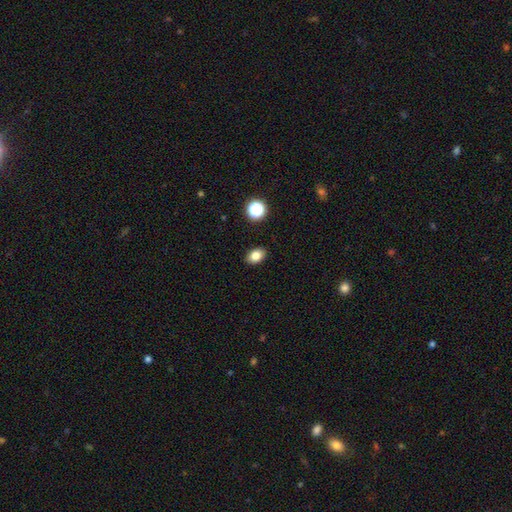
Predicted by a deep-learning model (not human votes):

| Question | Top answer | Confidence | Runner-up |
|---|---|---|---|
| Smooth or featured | smooth | 81% | star or artifact (11%) |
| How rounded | in between | 80% | round (19%) |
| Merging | none | 89% | minor disturbance (8%) |